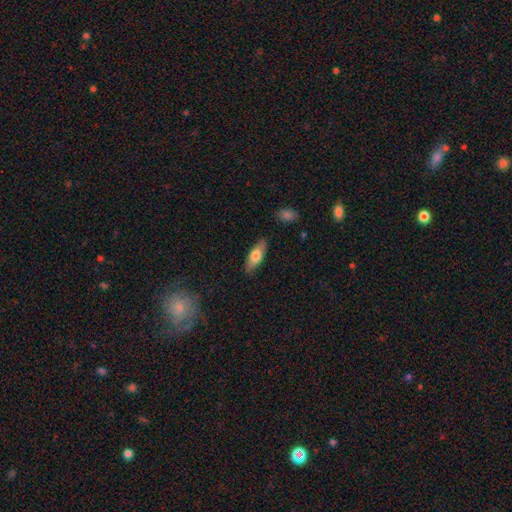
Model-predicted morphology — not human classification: A smooth galaxy with no disk features (72%) that is in between round and cigar-shaped (70%). Merging: none (86%).